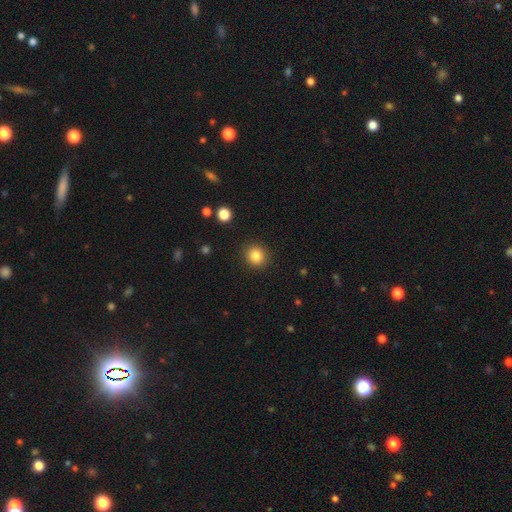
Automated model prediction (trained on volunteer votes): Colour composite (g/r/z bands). It shows a smooth galaxy with no disk features (84%) that is round (89%). Merging: none (90%).